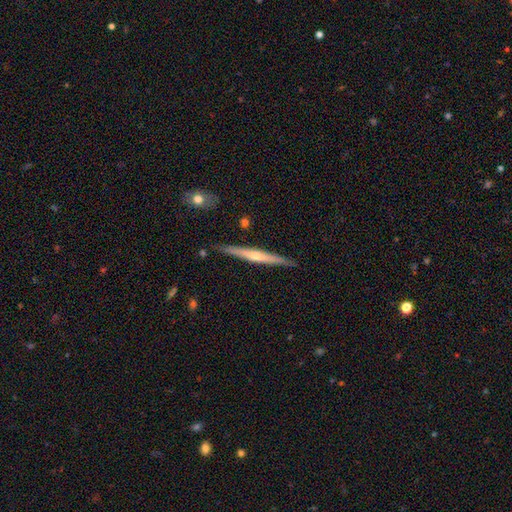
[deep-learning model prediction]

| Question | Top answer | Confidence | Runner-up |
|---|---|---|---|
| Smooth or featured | featured or disk | 68% | smooth (27%) |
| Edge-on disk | yes | 97% | no (3%) |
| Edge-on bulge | rounded | 69% | none (26%) |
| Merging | none | 88% | minor disturbance (9%) |